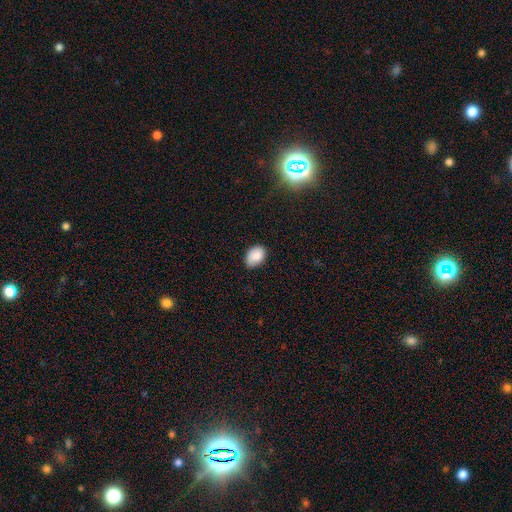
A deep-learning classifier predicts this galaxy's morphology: type=smooth (85%); roundness=in between (76%); merging=none (73%).